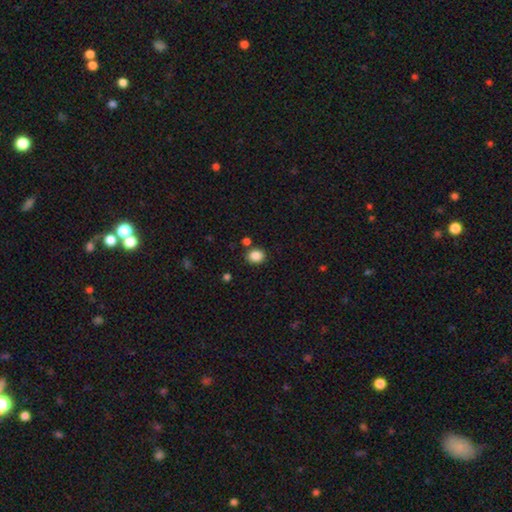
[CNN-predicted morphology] smooth-or-featured: smooth: 86% | star or artifact: 10% | featured or disk: 4%
  how-rounded: round: 58% | in between: 41% | cigar-shaped: 1%
  merging: none: 81% | minor disturbance: 10% | merger: 6% | major disturbance: 3%